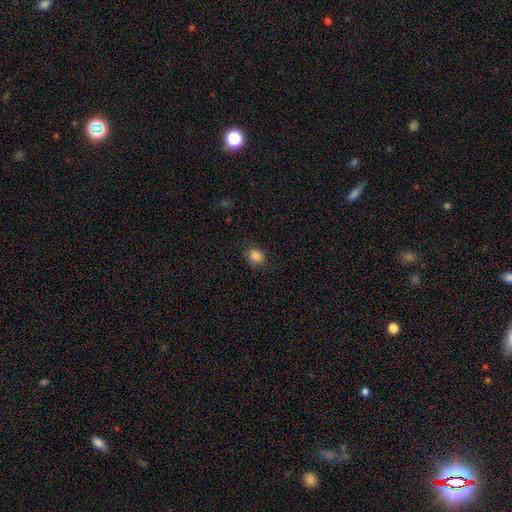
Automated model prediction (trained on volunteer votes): This appears to be a smooth galaxy with no disk features (85%) that is in between round and cigar-shaped (61%). Merging: none (77%).